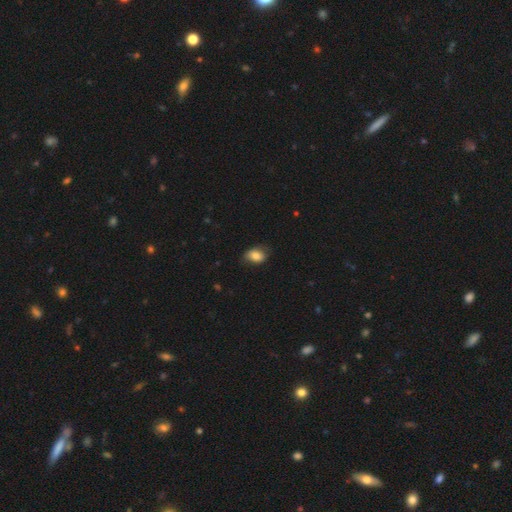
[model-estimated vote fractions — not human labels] Q: Smooth or featured?
A: smooth (81%); runner-up: featured or disk (11%)
Q: How rounded?
A: in between (78%); runner-up: round (20%)
Q: Merging?
A: none (70%); runner-up: minor disturbance (23%)